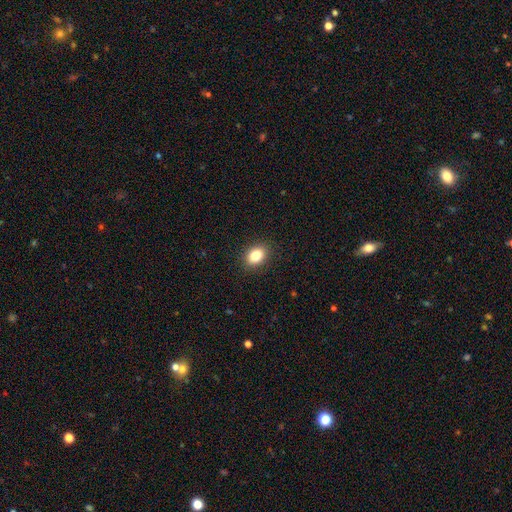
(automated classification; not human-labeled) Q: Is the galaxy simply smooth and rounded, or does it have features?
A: smooth — 84%.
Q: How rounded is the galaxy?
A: in between — 71%.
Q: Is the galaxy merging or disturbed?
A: none — 89%.